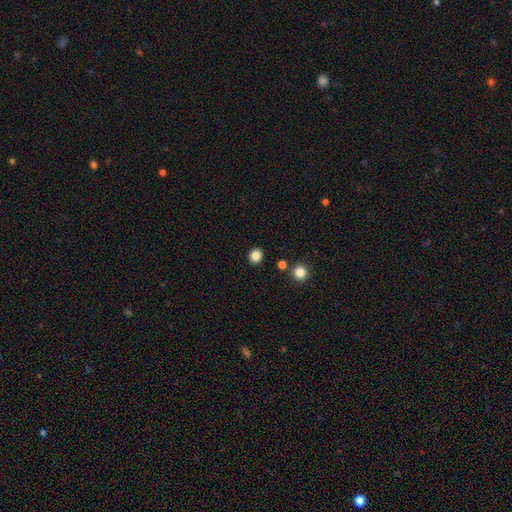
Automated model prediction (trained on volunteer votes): smooth_or_featured: smooth (p=0.85) [alt: star or artifact p=0.12]
how_rounded: round (p=0.82) [alt: in between p=0.17]
merging: none (p=0.90) [alt: minor disturbance p=0.06]